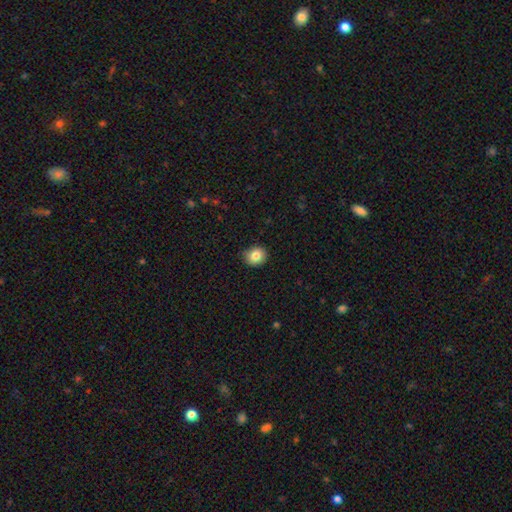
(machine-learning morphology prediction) smooth_or_featured: smooth (p=0.83) [alt: star or artifact p=0.10]
how_rounded: round (p=0.79) [alt: in between p=0.20]
merging: none (p=0.84) [alt: minor disturbance p=0.13]